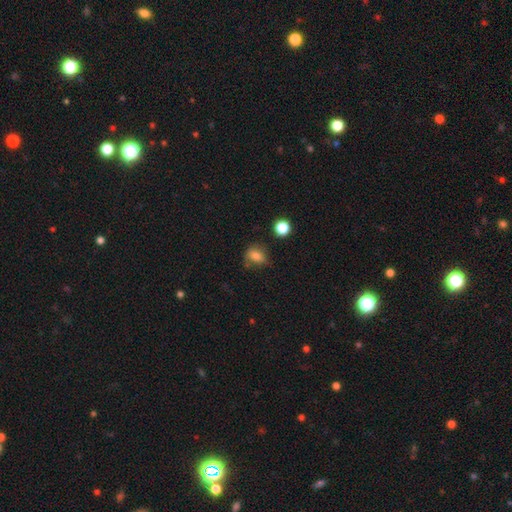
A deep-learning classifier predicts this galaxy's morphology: Smooth or featured? smooth (76%)
How rounded? in between (61%)
Merging? none (54%)